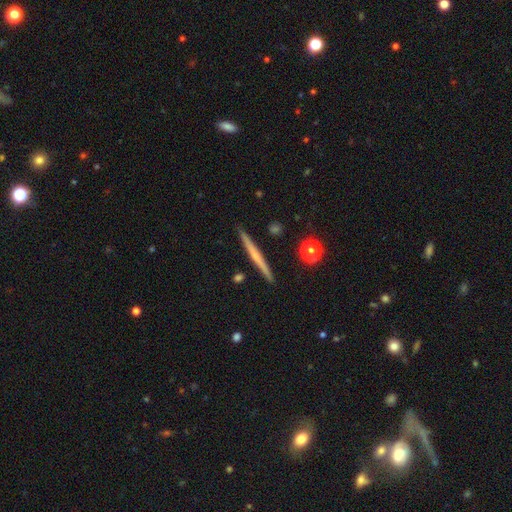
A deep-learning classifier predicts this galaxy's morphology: smooth-or-featured: featured or disk: 55% | smooth: 39% | star or artifact: 6%
  disk-edge-on: yes: 98% | no: 2%
    edge-on-bulge: none: 70% | rounded: 25% | boxy: 5%
  merging: none: 91% | minor disturbance: 6% | merger: 2% | major disturbance: 1%